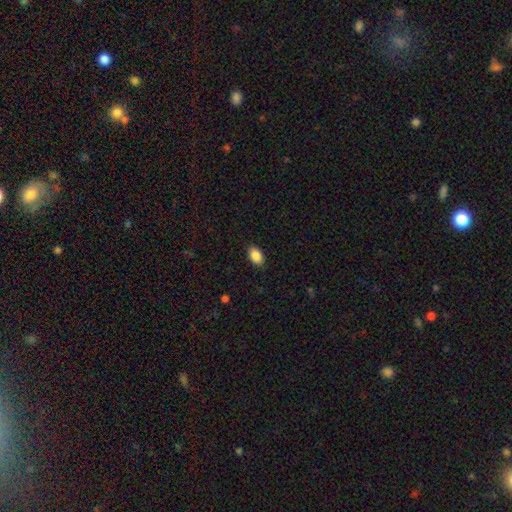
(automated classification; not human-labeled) This appears to be a smooth galaxy with no disk features (89%) that is in between round and cigar-shaped (91%). Merging: none (89%).